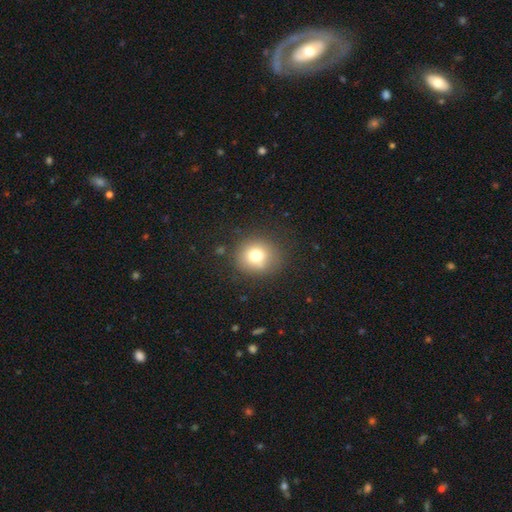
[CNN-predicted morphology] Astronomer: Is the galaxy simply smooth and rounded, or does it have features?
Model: smooth — 75%.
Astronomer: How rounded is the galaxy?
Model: round — 84%.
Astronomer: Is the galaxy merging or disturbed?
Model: none — 81%.